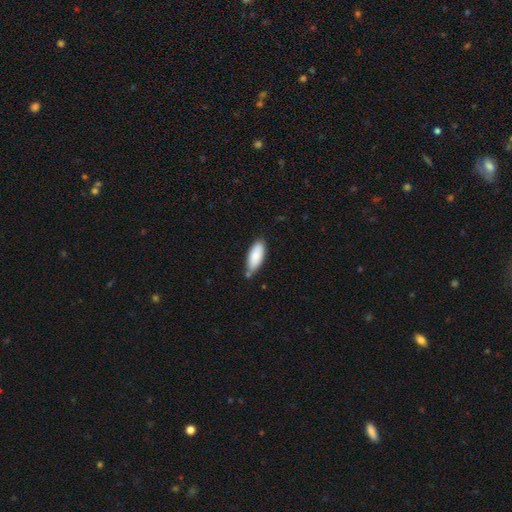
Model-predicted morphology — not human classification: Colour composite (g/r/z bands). It shows a smooth galaxy with no disk features (86%) that is in between round and cigar-shaped (73%). Merging: none (68%).